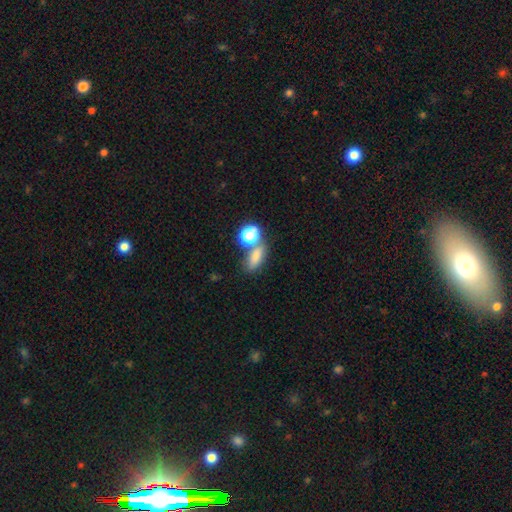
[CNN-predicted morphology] The model was most divided on "merging": none: 45%, merger: 36%, minor disturbance: 12%, major disturbance: 7%. More confident: smooth or featured — smooth (77%); how rounded — in between (70%).